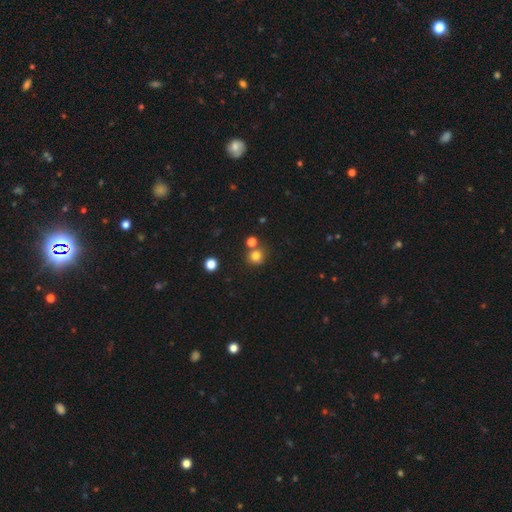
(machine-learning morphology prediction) type=smooth (79%); roundness=round (89%); merging=none (71%).